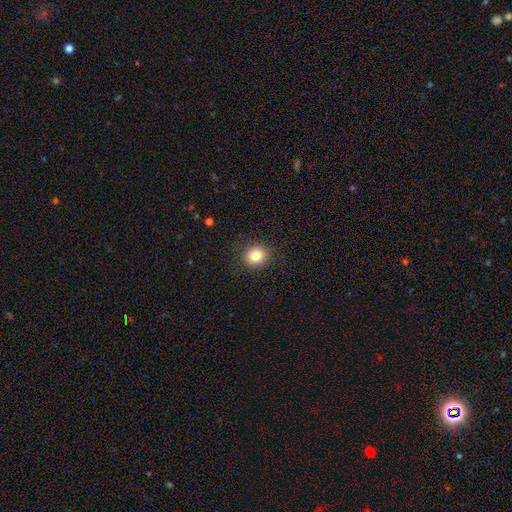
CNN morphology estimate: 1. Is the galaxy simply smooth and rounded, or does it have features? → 83% smooth, 11% star or artifact, 6% featured or disk.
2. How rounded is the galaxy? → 78% round, 21% in between, 1% cigar-shaped.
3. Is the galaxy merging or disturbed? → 90% none, 7% minor disturbance, 2% major disturbance, 1% merger.